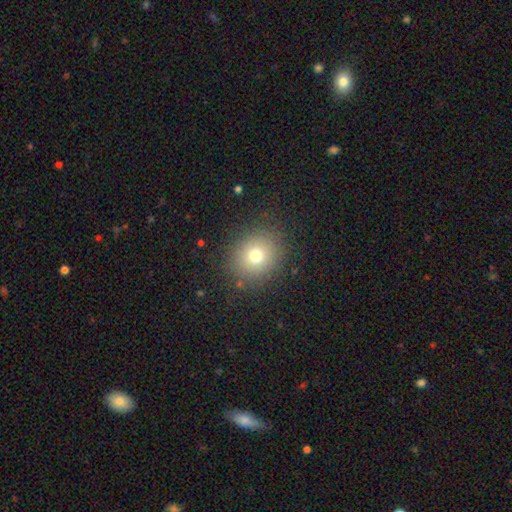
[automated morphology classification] The model was most divided on "how rounded": round: 77%, in between: 22%, cigar-shaped: 1%. More confident: merging — none (86%); smooth or featured — smooth (73%).